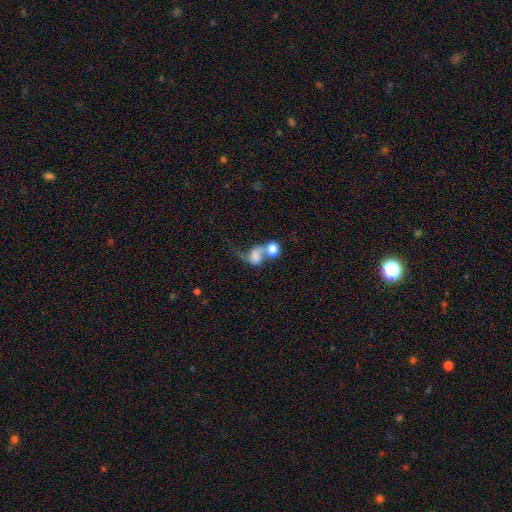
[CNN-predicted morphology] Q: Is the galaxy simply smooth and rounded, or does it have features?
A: smooth — 63%.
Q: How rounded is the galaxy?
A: in between — 54%.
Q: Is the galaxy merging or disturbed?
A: merger — 76%.